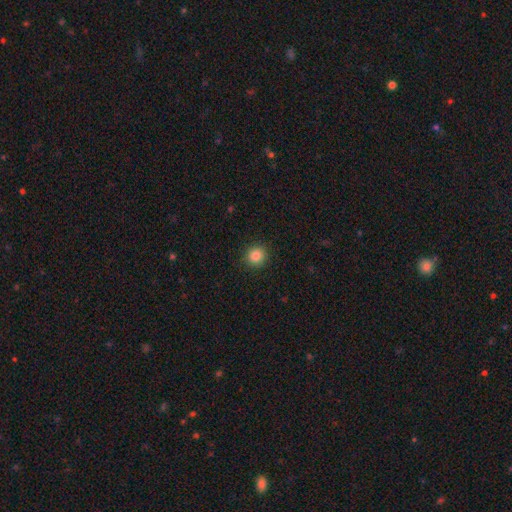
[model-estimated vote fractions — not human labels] A smooth galaxy with no disk features (85%) that is round (91%). Merging: none (92%).